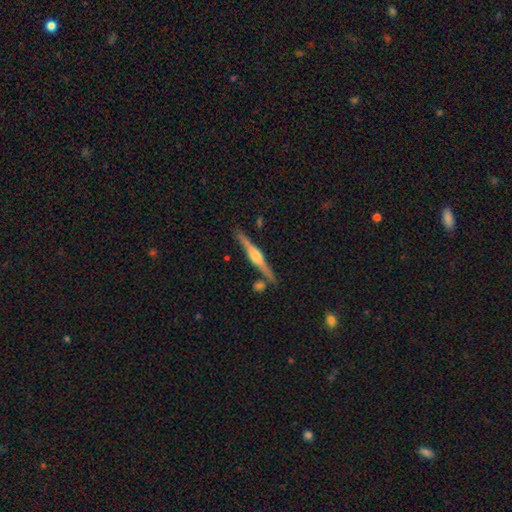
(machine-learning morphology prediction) Smooth or featured? featured or disk (80%)
Edge-on disk? yes (98%)
Edge-on bulge? rounded (82%)
Merging? none (85%)